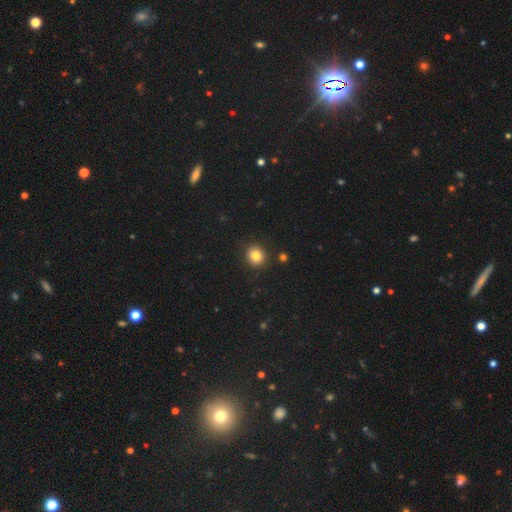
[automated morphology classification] Smooth or featured?
  - smooth: 83% *
  - star or artifact: 11%
  - featured or disk: 6%
How rounded?
  - round: 82% *
  - in between: 17%
  - cigar-shaped: 1%
Merging?
  - none: 88% *
  - minor disturbance: 7%
  - merger: 2%
  - major disturbance: 2%